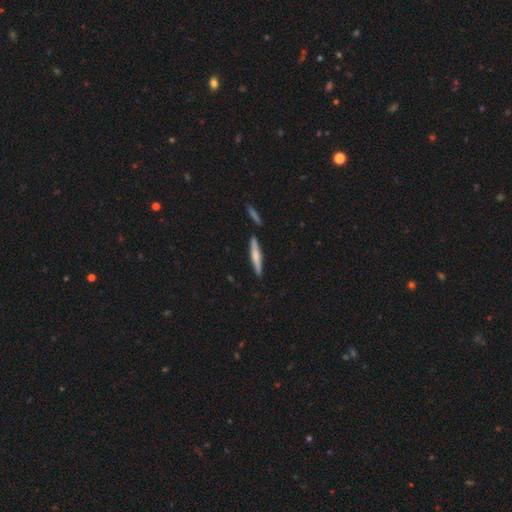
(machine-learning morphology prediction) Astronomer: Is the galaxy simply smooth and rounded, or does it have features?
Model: smooth — 57% (runner-up: featured or disk, 38%).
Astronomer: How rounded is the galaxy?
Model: cigar-shaped — 93%.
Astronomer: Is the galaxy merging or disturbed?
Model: none — 84%.